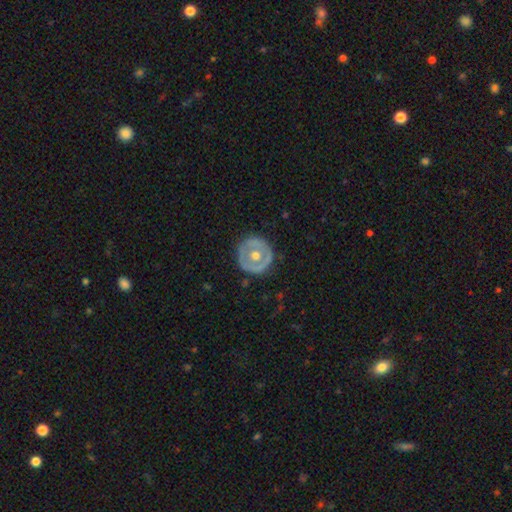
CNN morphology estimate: The model was most divided on "smooth or featured": featured or disk: 55%, smooth: 40%, star or artifact: 5%. More confident: edge-on disk — no (94%); spiral arms — no (90%); bar — no (88%); merging — none (85%); bulge size — moderate (80%).